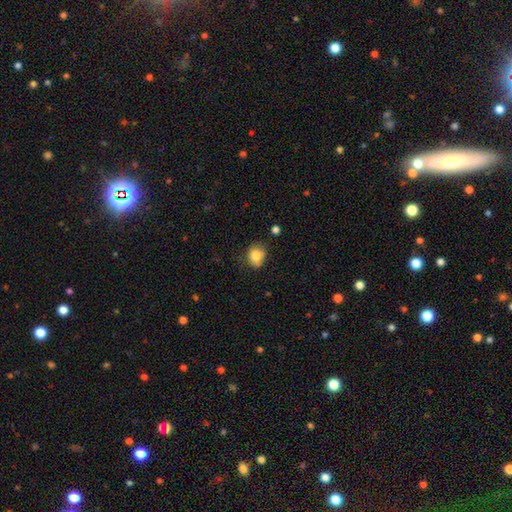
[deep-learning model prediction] smooth 81%, featured or disk 10%, star or artifact 10%. Down the decision tree: how rounded — round (63%); merging — none (65%).